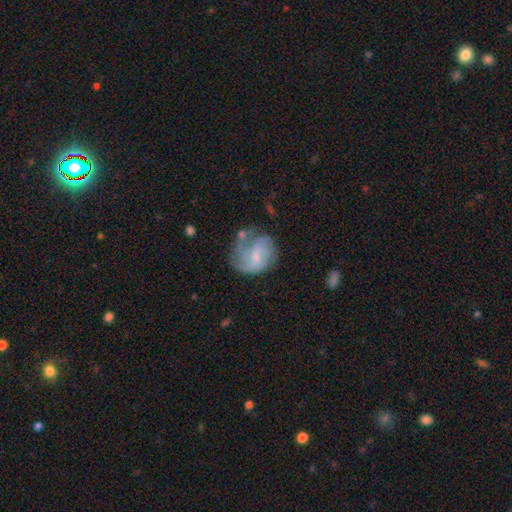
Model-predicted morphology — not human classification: A featured or disk galaxy (64%) with a weak bar (50%), medium (40%) spiral arms (80%) and a small central bulge (53%). Merging: none (43%).